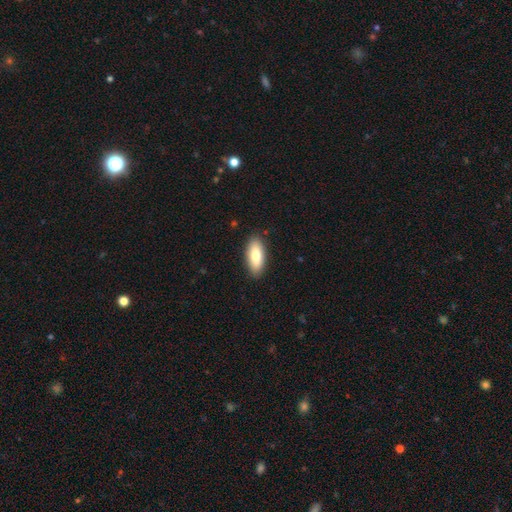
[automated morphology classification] Smooth or featured: smooth — 80% (featured or disk — 14%)
How rounded: in between — 82% (cigar-shaped — 16%)
Merging: none — 88% (minor disturbance — 9%)